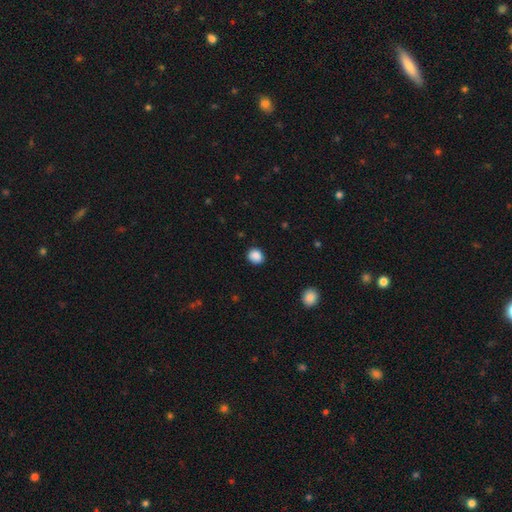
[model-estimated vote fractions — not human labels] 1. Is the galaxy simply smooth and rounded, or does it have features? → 88% smooth, 9% star or artifact, 3% featured or disk.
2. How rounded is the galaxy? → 71% round, 28% in between, 1% cigar-shaped.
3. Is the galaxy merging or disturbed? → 87% none, 9% minor disturbance, 2% major disturbance, 1% merger.